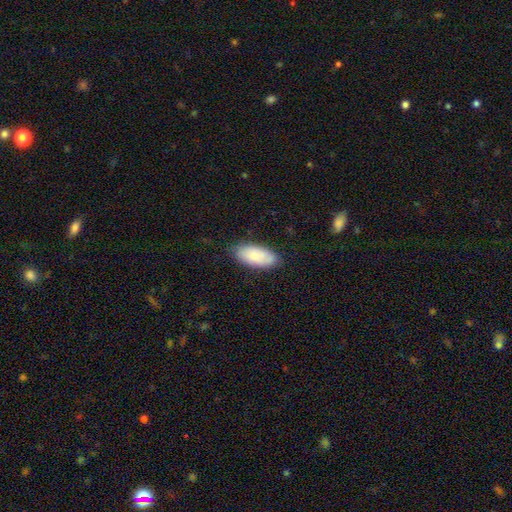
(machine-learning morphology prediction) A smooth galaxy with no disk features (81%) that is in between round and cigar-shaped (89%). Merging: none (81%).